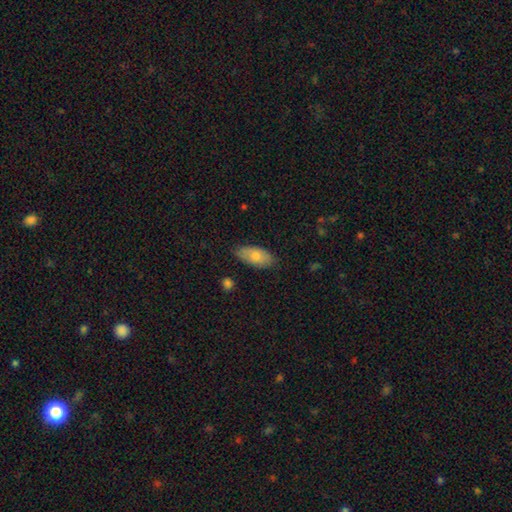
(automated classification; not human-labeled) smooth_or_featured: smooth (p=0.72) [alt: featured or disk p=0.21]
how_rounded: in between (p=0.88) [alt: cigar-shaped p=0.08]
merging: none (p=0.83) [alt: minor disturbance p=0.13]